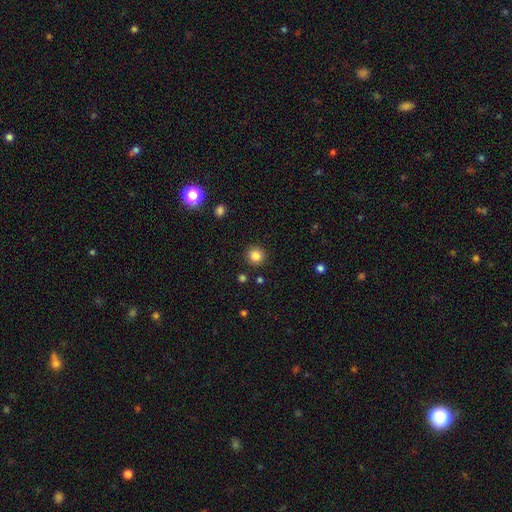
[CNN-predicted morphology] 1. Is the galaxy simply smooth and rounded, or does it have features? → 84% smooth, 11% star or artifact, 4% featured or disk.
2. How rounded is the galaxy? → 94% round, 5% in between, 1% cigar-shaped.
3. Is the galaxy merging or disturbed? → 91% none, 5% minor disturbance, 2% major disturbance, 2% merger.